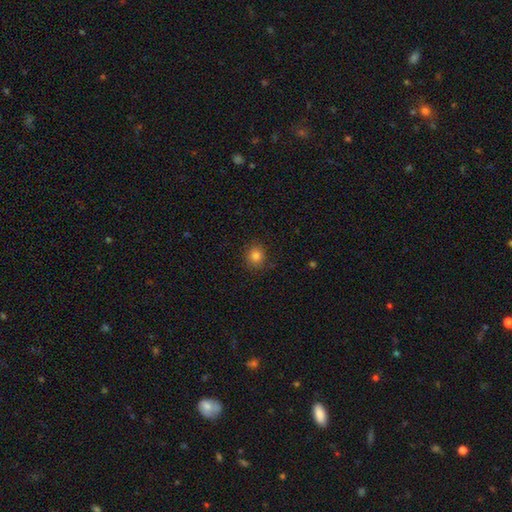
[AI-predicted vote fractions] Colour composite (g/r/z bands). It shows a smooth galaxy with no disk features (82%) that is round (84%). Merging: none (86%).